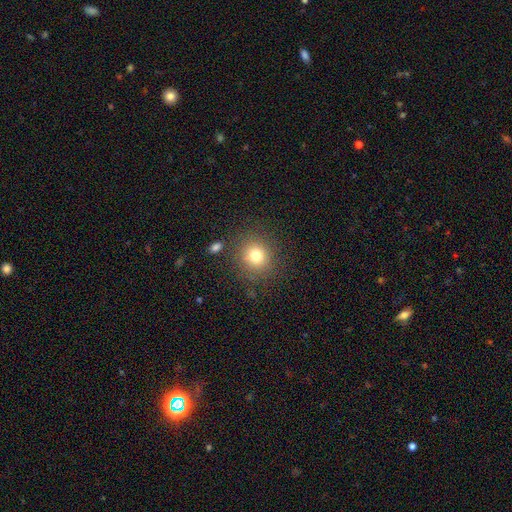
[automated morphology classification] The model was most divided on "smooth or featured": smooth: 78%, star or artifact: 13%, featured or disk: 9%. More confident: how rounded — round (85%); merging — none (83%).